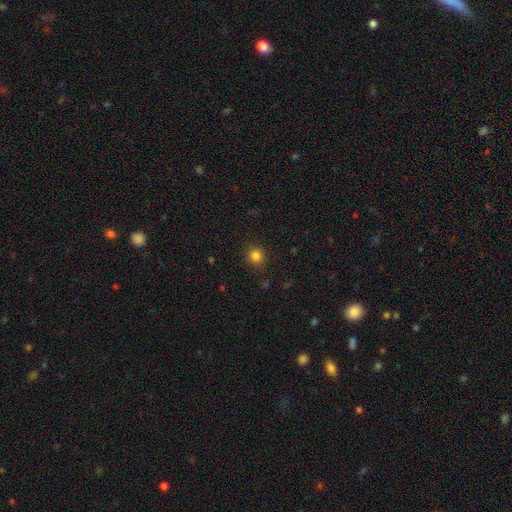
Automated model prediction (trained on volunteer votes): Overall: smooth (83%). How rounded: round (87%). Merging: none (88%).